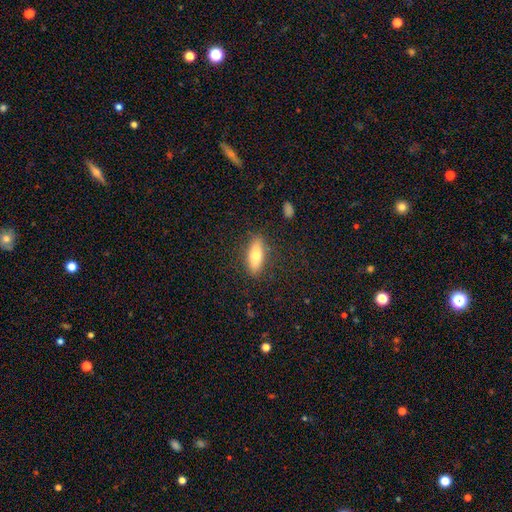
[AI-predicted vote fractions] smooth 73%, featured or disk 20%, star or artifact 7%. Down the decision tree: how rounded — in between (58%); merging — none (85%).